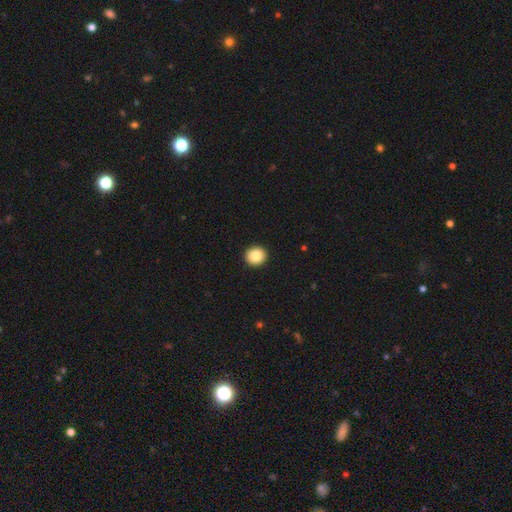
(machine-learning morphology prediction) The model was most divided on "smooth or featured": smooth: 83%, star or artifact: 9%, featured or disk: 8%. More confident: merging — none (94%); how rounded — round (91%).